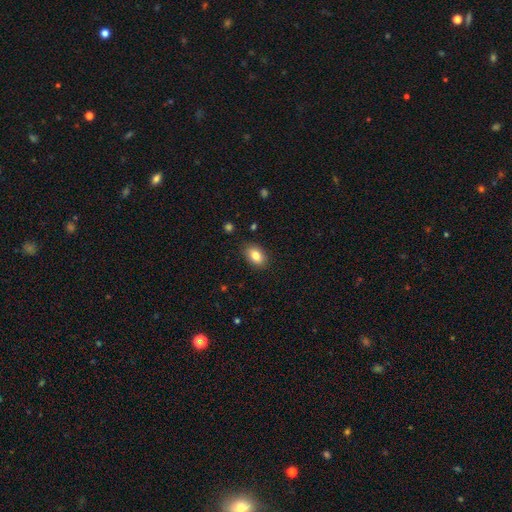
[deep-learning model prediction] The model was most divided on "smooth or featured": smooth: 83%, featured or disk: 9%, star or artifact: 8%. More confident: how rounded — in between (87%); merging — none (87%).